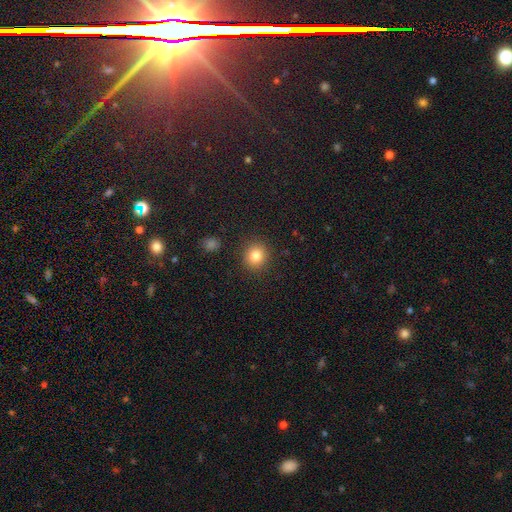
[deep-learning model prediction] Overall: smooth (83%). How rounded: round (88%). Merging: none (89%).